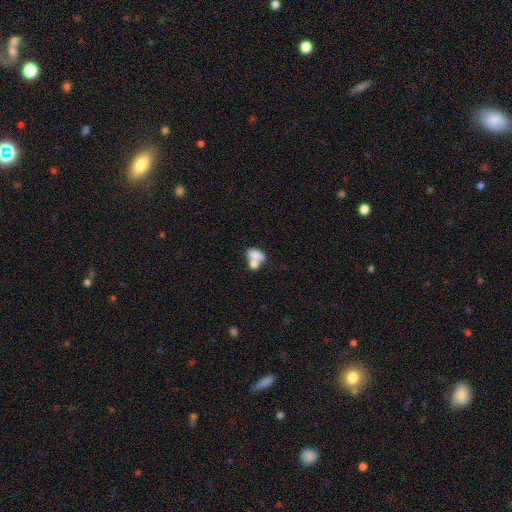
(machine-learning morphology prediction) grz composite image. It shows a smooth galaxy with no disk features (75%) that is in between round and cigar-shaped (84%). Merging: merger (65%).